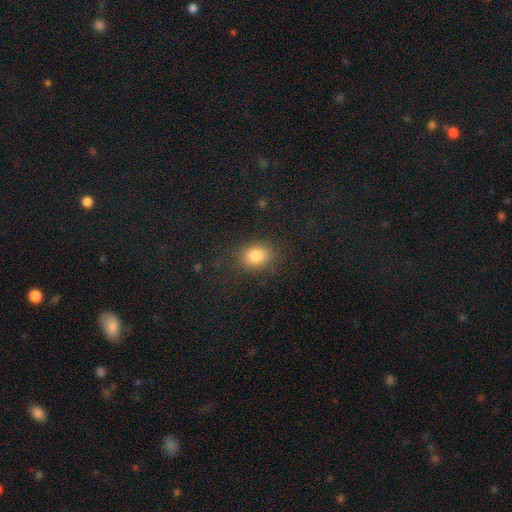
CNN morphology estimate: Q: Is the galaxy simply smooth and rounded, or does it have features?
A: smooth — 82%.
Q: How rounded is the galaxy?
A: in between — 56%.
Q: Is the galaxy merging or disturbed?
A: none — 83%.